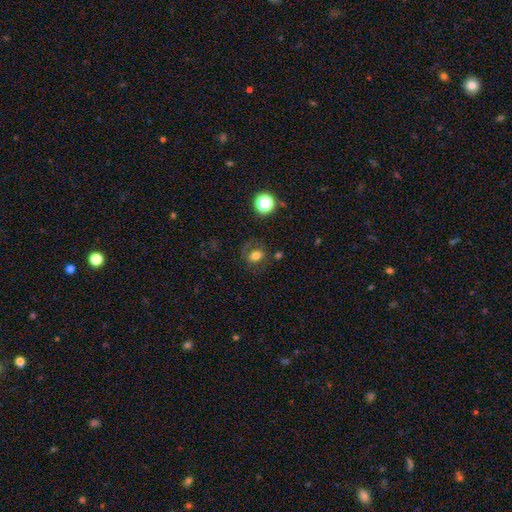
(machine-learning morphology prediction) Q: Smooth or featured?
A: smooth (71%); runner-up: star or artifact (15%)
Q: How rounded?
A: round (57%); runner-up: in between (42%)
Q: Merging?
A: none (71%); runner-up: minor disturbance (16%)